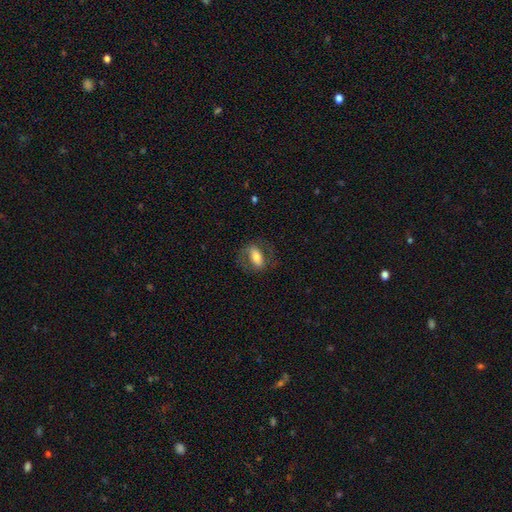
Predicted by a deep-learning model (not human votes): smooth 56%, featured or disk 36%, star or artifact 7%. Down the decision tree: how rounded — in between (83%); merging — none (70%).